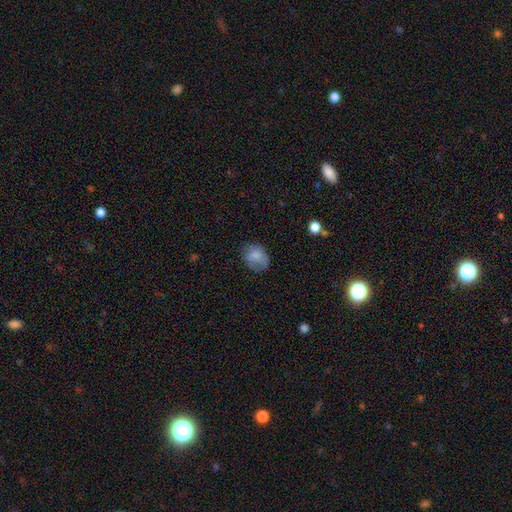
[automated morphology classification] This is likely a smooth galaxy (77%). How rounded: possibly round (51%). Merging: likely none (61%).